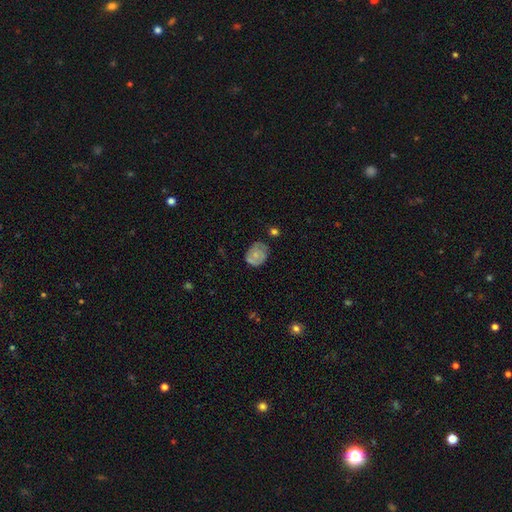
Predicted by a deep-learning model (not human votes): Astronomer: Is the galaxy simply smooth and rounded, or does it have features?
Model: smooth — 48% (runner-up: featured or disk, 44%).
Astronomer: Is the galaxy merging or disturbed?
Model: none — 61%.